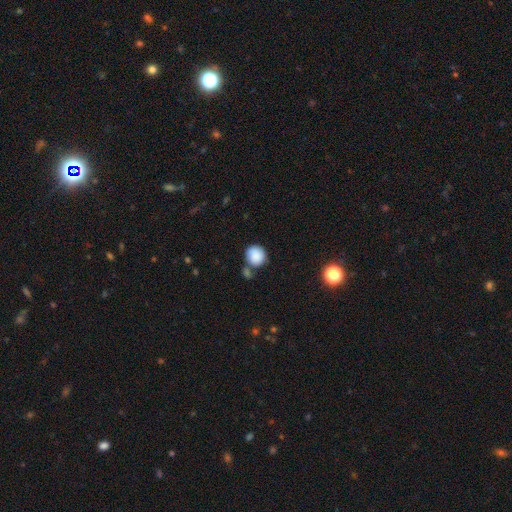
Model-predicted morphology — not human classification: Overall: smooth (87%). How rounded: round (86%). Merging: none (60%).